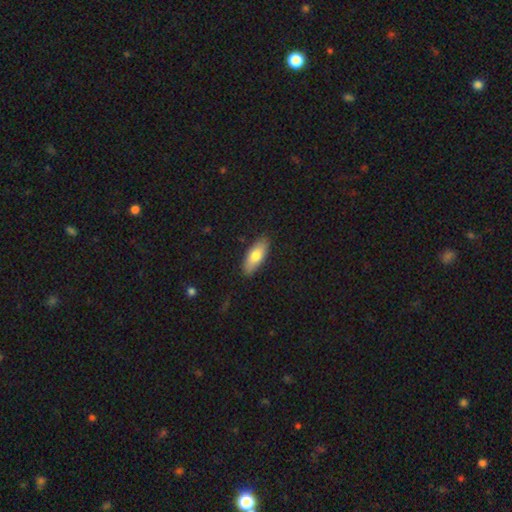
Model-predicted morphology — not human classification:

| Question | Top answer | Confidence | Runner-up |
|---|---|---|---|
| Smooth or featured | smooth | 75% | featured or disk (19%) |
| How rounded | in between | 75% | cigar-shaped (23%) |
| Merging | none | 87% | minor disturbance (10%) |